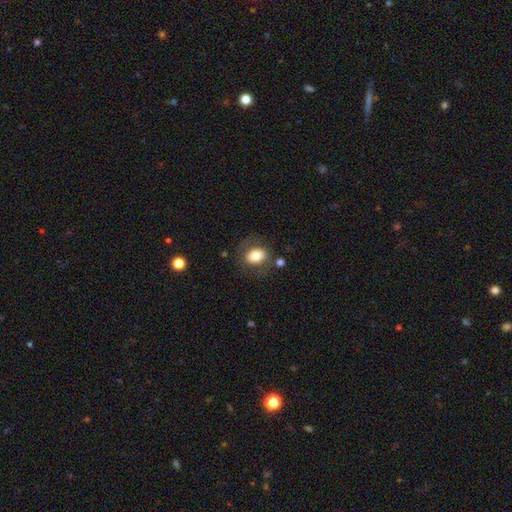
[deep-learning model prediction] This is likely a smooth galaxy (75%). How rounded: likely in between (63%). Merging: likely none (74%).